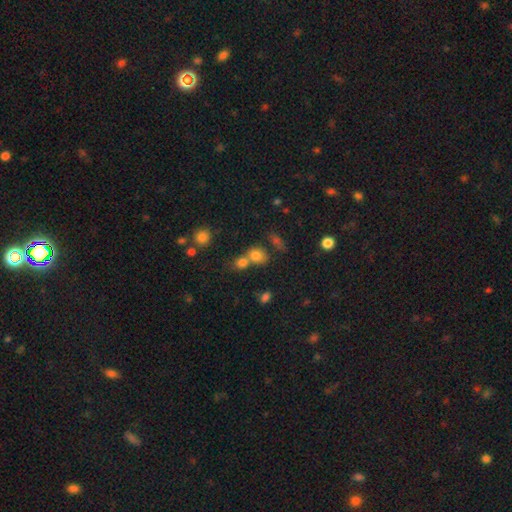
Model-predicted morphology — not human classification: Q: Smooth or featured?
A: smooth (76%); runner-up: star or artifact (15%)
Q: How rounded?
A: round (56%); runner-up: in between (42%)
Q: Merging?
A: merger (46%); runner-up: none (41%)